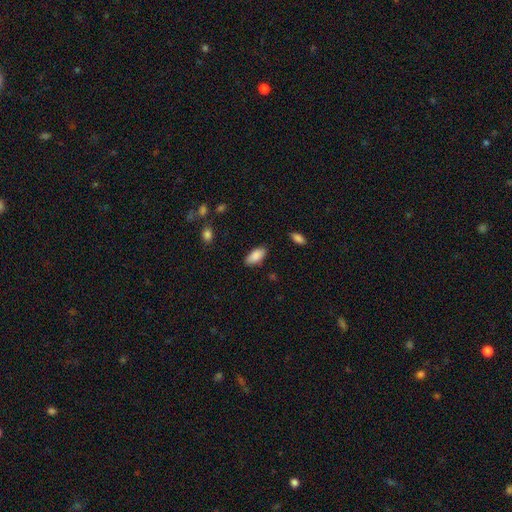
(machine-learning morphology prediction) A smooth galaxy with no disk features (88%) that is in between round and cigar-shaped (89%). Merging: none (84%).